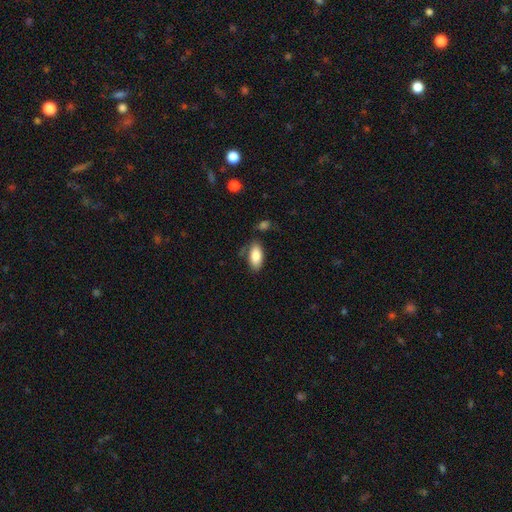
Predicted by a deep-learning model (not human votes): Overall: smooth (83%). How rounded: in between (92%). Merging: none (73%).